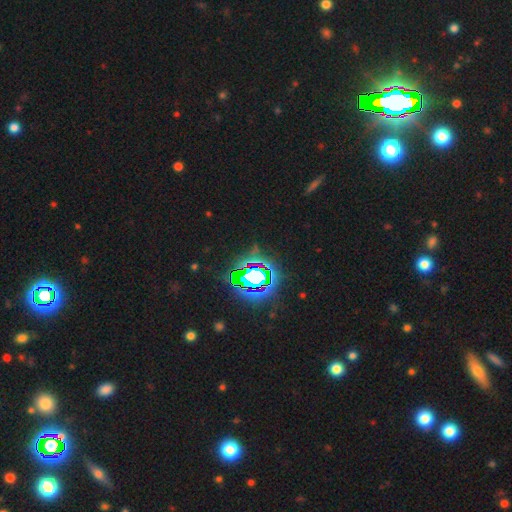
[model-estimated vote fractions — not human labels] Smooth or featured: star or artifact — 83% (smooth — 10%)